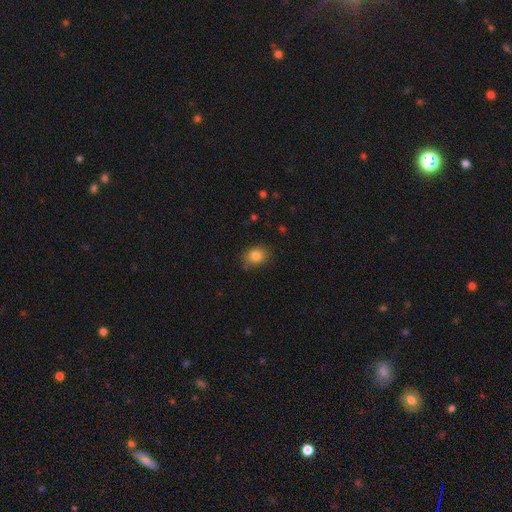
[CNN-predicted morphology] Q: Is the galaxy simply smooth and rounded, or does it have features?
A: smooth — 84%.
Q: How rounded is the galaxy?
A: in between — 53%.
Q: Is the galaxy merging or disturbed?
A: none — 83%.